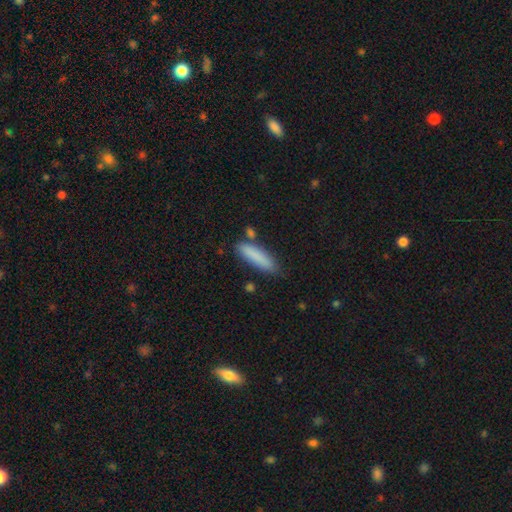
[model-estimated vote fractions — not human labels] This is clearly a smooth galaxy (85%). How rounded: likely cigar-shaped (75%). Merging: likely none (76%).